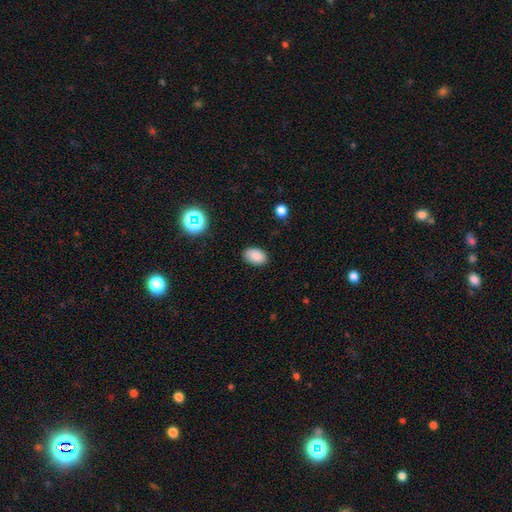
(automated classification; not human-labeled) Smooth or featured? smooth (86%)
How rounded? in between (89%)
Merging? none (86%)